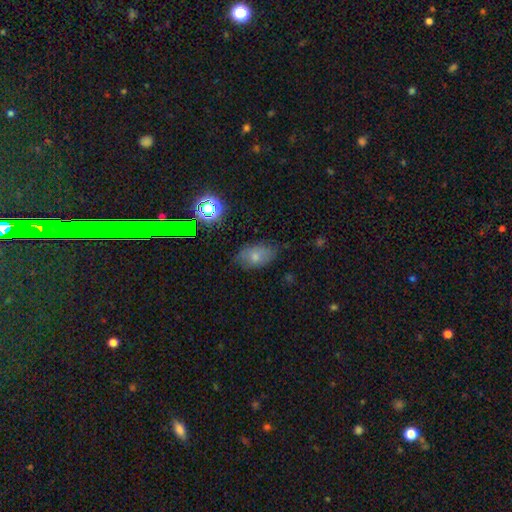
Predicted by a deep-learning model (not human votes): smooth_or_featured: smooth (p=0.71) [alt: featured or disk p=0.16]
how_rounded: in between (p=0.89) [alt: round p=0.09]
merging: none (p=0.67) [alt: minor disturbance p=0.25]